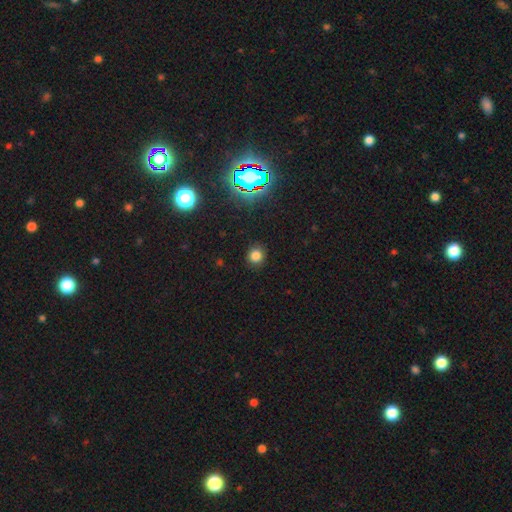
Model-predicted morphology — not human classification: A smooth galaxy with no disk features (77%) that is round (90%). Merging: none (89%).